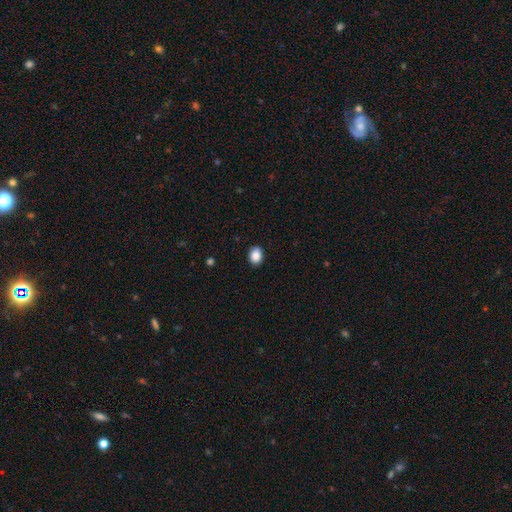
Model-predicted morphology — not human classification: Overall: smooth (88%). How rounded: in between (63%; round 37%). Merging: none (89%).